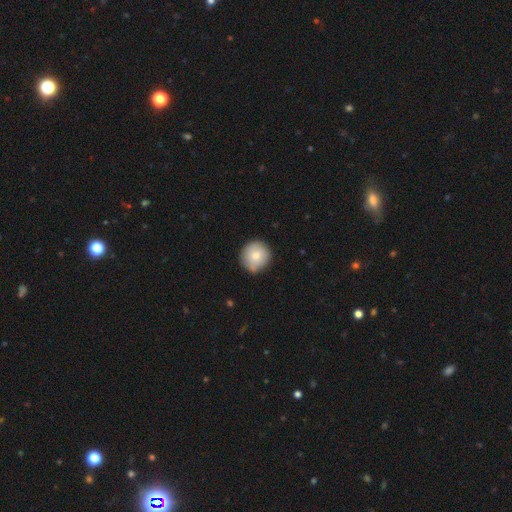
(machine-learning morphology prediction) Overall: smooth (80%). How rounded: round (93%). Merging: none (80%).